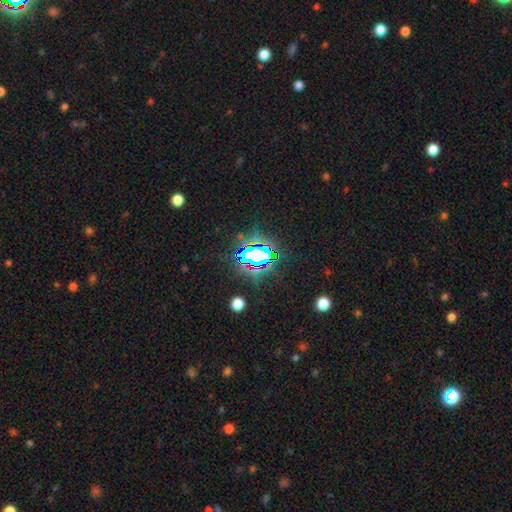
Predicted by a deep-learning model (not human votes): smooth-or-featured: star or artifact: 72% | smooth: 15% | featured or disk: 13%